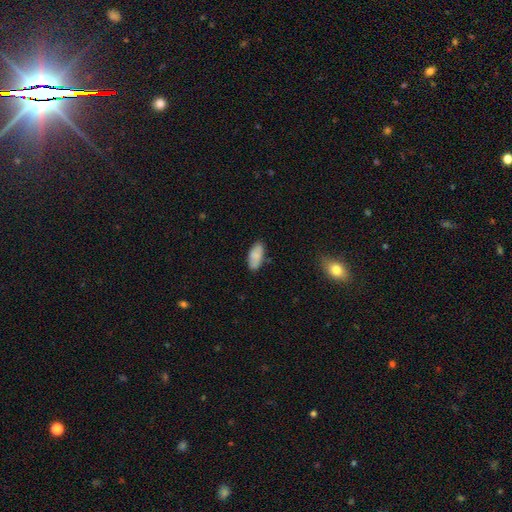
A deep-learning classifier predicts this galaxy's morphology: type=smooth (85%); roundness=in between (90%); merging=none (82%).